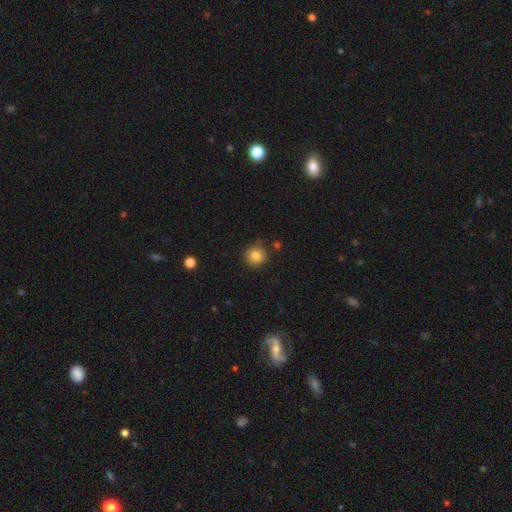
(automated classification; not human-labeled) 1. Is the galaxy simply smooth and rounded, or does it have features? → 83% smooth, 11% star or artifact, 6% featured or disk.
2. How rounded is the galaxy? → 91% round, 8% in between, 1% cigar-shaped.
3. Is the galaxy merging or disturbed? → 83% none, 11% minor disturbance, 3% merger, 3% major disturbance.